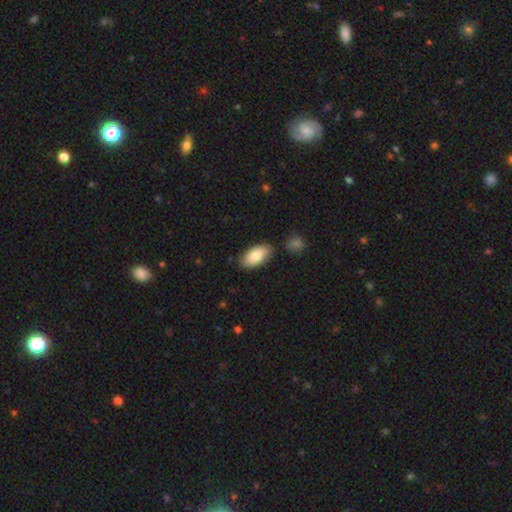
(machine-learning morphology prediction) smooth_or_featured: smooth (p=0.82) [alt: featured or disk p=0.12]
how_rounded: in between (p=0.94) [alt: cigar-shaped p=0.04]
merging: none (p=0.82) [alt: minor disturbance p=0.12]